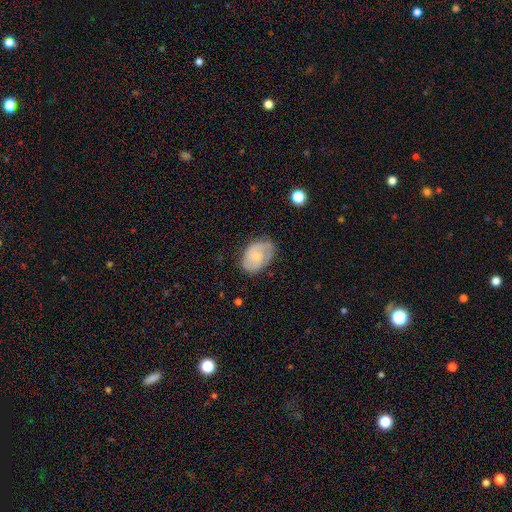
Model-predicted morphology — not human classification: A smooth galaxy with no disk features (51%) that is in between round and cigar-shaped (86%). Merging: none (64%).